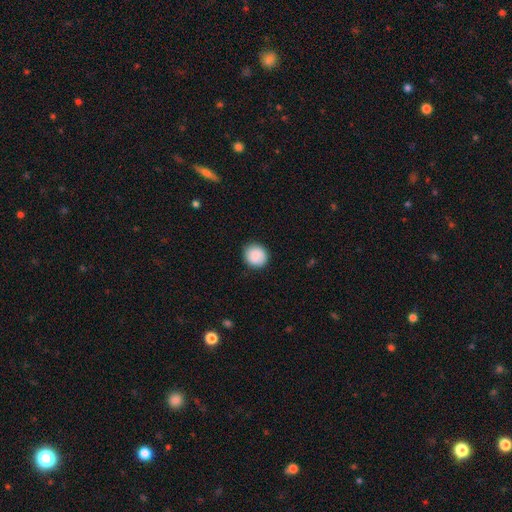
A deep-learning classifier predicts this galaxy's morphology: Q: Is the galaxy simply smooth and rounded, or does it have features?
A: smooth — 88%.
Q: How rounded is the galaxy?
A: round — 85%.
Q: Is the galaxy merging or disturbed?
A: none — 87%.